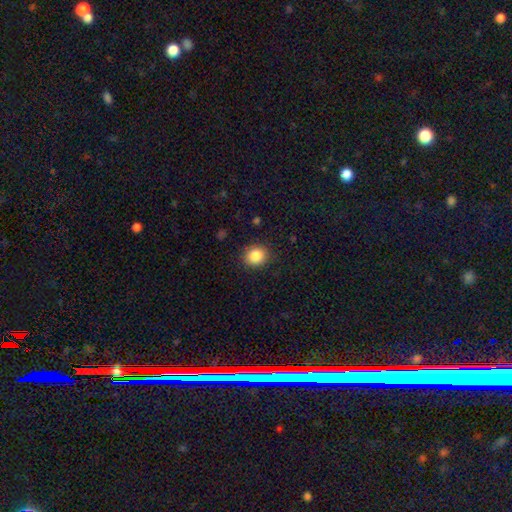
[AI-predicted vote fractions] smooth 86%, star or artifact 9%, featured or disk 5%. Down the decision tree: how rounded — round (76%); merging — none (88%).